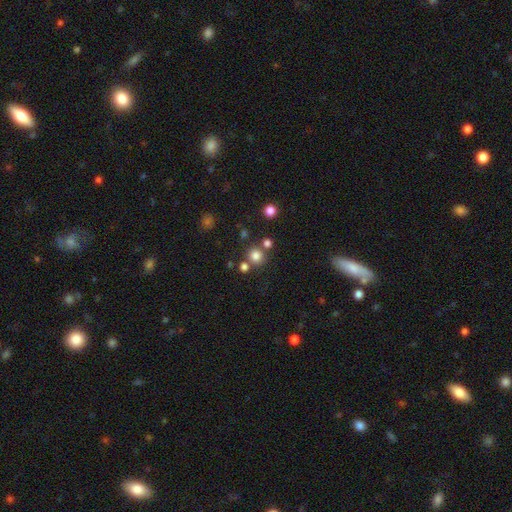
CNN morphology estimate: This appears to be a smooth galaxy with no disk features (79%) that is round (91%). Merging: none (74%).